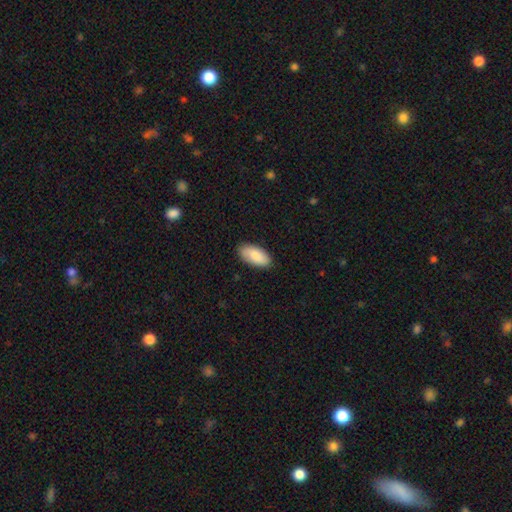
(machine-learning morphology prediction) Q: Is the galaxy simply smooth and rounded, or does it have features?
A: smooth — 82%.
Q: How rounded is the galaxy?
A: in between — 93%.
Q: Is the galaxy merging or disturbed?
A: none — 86%.